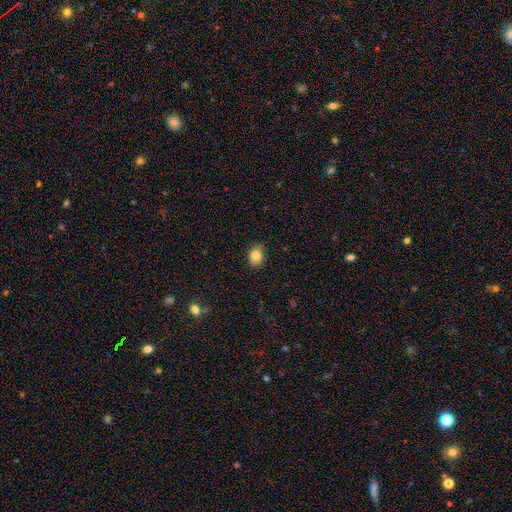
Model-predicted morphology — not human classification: Smooth or featured?
  - smooth: 83% *
  - star or artifact: 10%
  - featured or disk: 7%
How rounded?
  - in between: 51% *
  - round: 48%
  - cigar-shaped: 1%
Merging?
  - none: 76% *
  - minor disturbance: 20%
  - major disturbance: 3%
  - merger: 1%